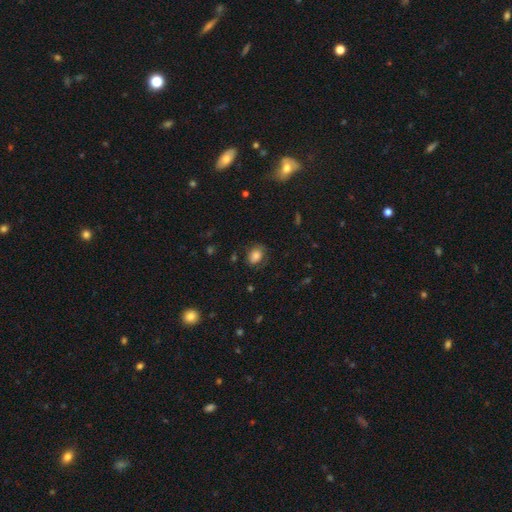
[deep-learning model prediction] smooth 74%, featured or disk 14%, star or artifact 11%. Down the decision tree: how rounded — in between (66%); merging — none (69%).